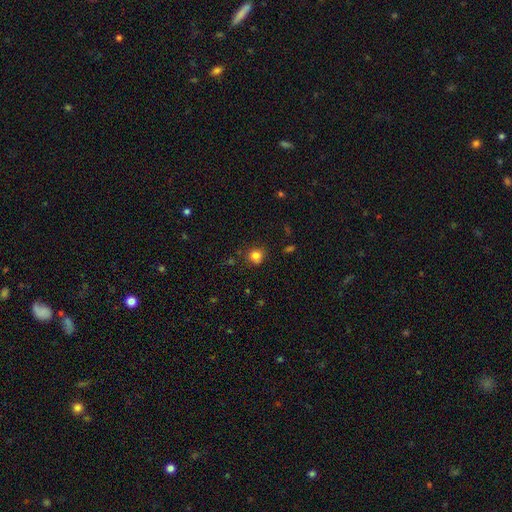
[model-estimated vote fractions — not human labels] Q: Smooth or featured?
A: smooth (83%); runner-up: star or artifact (12%)
Q: How rounded?
A: round (83%); runner-up: in between (16%)
Q: Merging?
A: none (76%); runner-up: minor disturbance (16%)